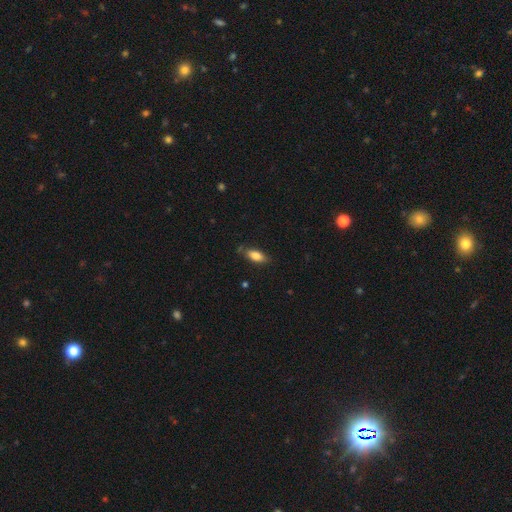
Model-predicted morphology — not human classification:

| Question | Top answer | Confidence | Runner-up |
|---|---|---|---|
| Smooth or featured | smooth | 79% | featured or disk (14%) |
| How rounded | in between | 82% | cigar-shaped (15%) |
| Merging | none | 76% | minor disturbance (18%) |